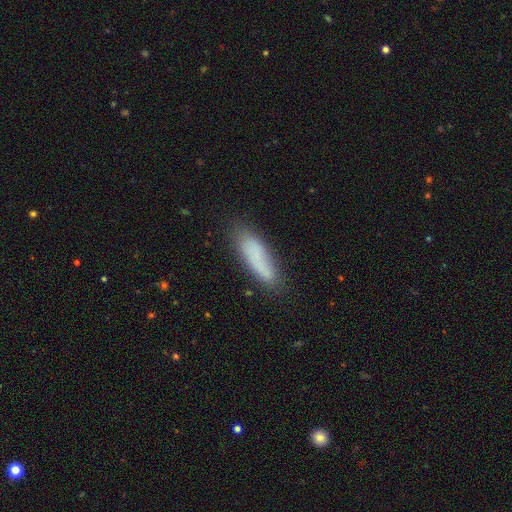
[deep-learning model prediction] smooth_or_featured: smooth (p=0.73) [alt: featured or disk p=0.18]
how_rounded: cigar-shaped (p=0.60) [alt: in between p=0.39]
merging: none (p=0.72) [alt: minor disturbance p=0.19]